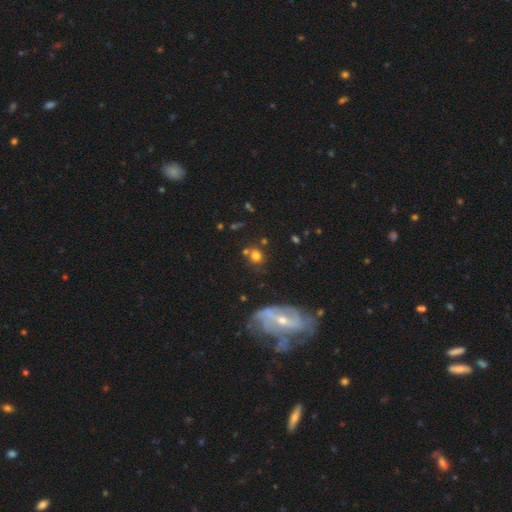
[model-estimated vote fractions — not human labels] The model was most divided on "merging": none: 67%, minor disturbance: 14%, merger: 12%, major disturbance: 6%. More confident: how rounded — round (79%); smooth or featured — smooth (71%).